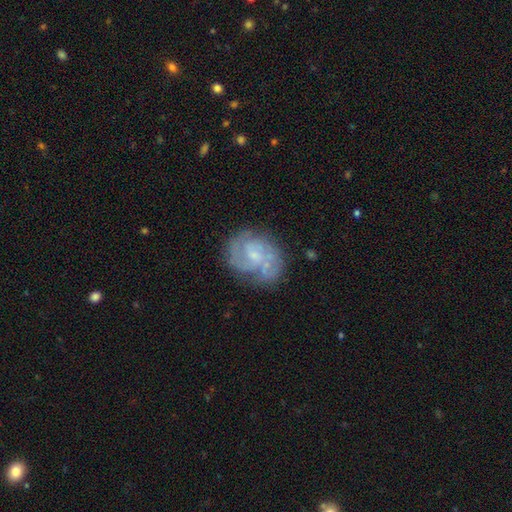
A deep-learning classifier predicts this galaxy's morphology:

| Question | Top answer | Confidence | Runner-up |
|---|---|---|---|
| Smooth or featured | featured or disk | 77% | smooth (16%) |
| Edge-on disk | no | 98% | yes (2%) |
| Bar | no | 54% | weak (40%) |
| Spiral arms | yes | 89% | no (11%) |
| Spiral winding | tight | 48% | medium (40%) |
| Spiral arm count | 2 | 46% | can't tell (25%) |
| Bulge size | small | 62% | moderate (21%) |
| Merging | none | 66% | minor disturbance (20%) |